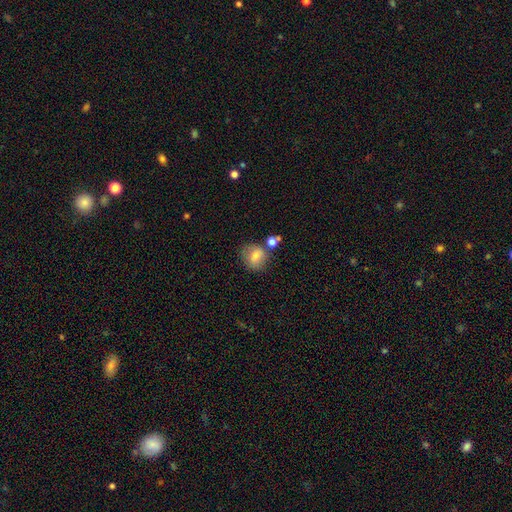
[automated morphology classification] This is likely a smooth galaxy (77%). How rounded: likely round (75%). Merging: likely none (62%).